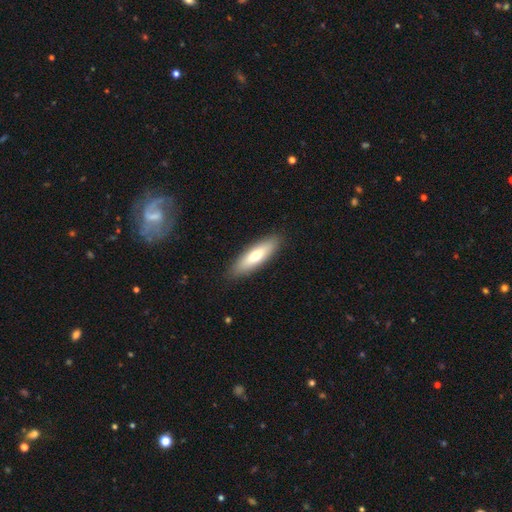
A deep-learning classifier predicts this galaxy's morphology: The model was most divided on "how rounded": cigar-shaped: 54%, in between: 44%, round: 2%. More confident: merging — none (89%); smooth or featured — smooth (64%).